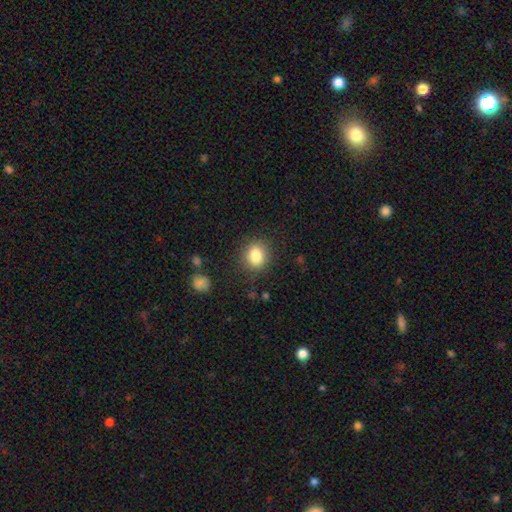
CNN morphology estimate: A smooth galaxy with no disk features (84%) that is round (63%).

Vote fractions:
- Smooth or featured? smooth: 84% / star or artifact: 10% / featured or disk: 6%
- How rounded? round: 63% / in between: 36% / cigar-shaped: 1%
- Merging? none: 85% / minor disturbance: 10% / major disturbance: 3% / merger: 1%